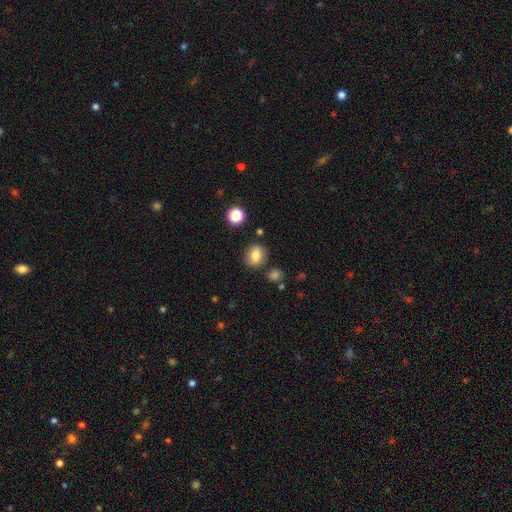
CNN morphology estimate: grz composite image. It shows a smooth galaxy with no disk features (81%) that is round (64%). Merging: none (82%).